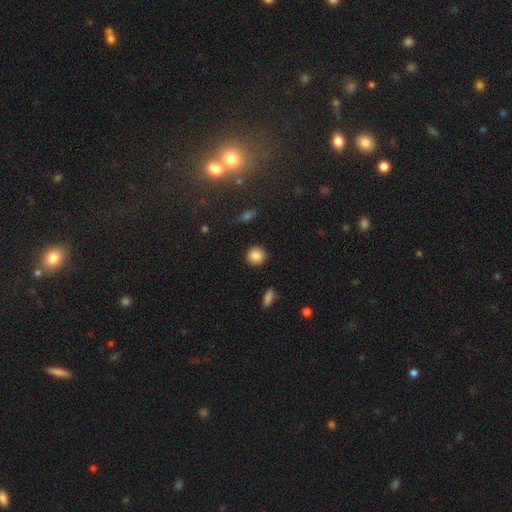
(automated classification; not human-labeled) Smooth or featured: smooth — 86% (star or artifact — 9%)
How rounded: round — 91% (in between — 8%)
Merging: none — 91% (minor disturbance — 6%)